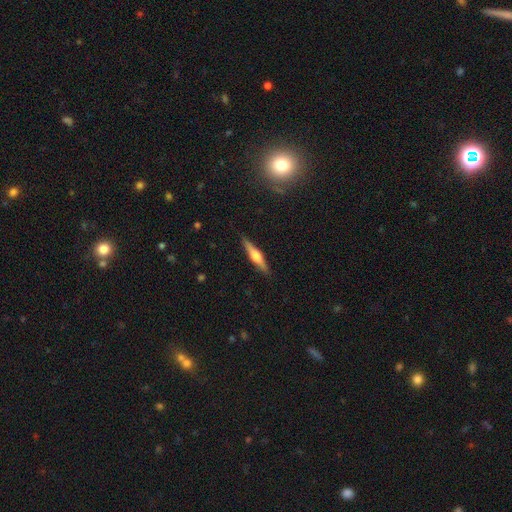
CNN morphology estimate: featured or disk 65%, smooth 30%, star or artifact 6%. Down the decision tree: edge-on disk — yes (97%); edge-on bulge — rounded (91%); merging — none (90%).